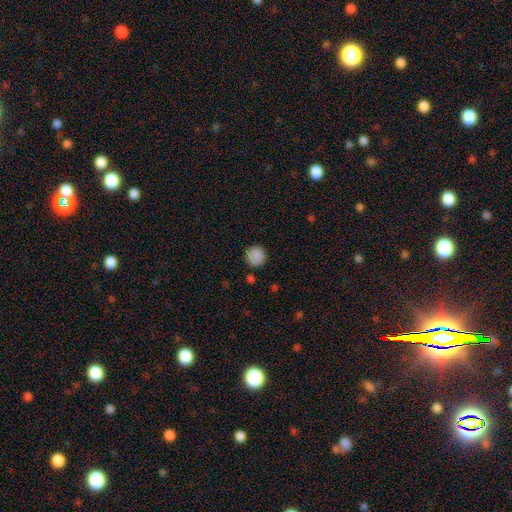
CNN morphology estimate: type=smooth (87%); roundness=round (93%); merging=none (85%).